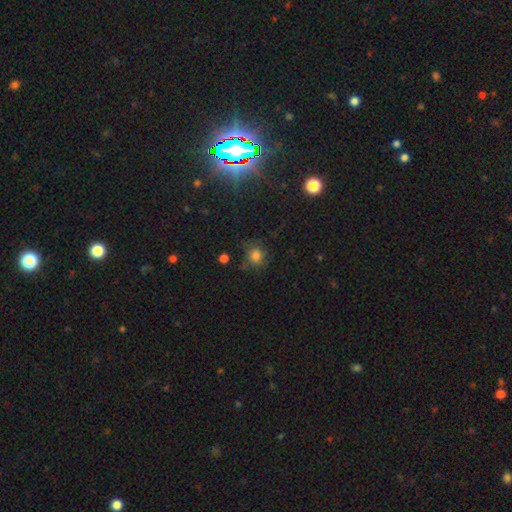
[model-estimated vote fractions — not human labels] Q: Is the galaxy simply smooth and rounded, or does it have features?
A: smooth — 74%.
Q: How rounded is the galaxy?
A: round — 84%.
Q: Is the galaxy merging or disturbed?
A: none — 69%.